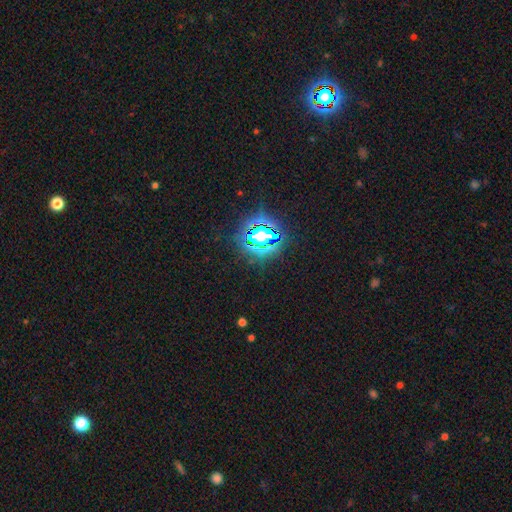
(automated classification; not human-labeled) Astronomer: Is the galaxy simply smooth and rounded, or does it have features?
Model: star or artifact — 83%.